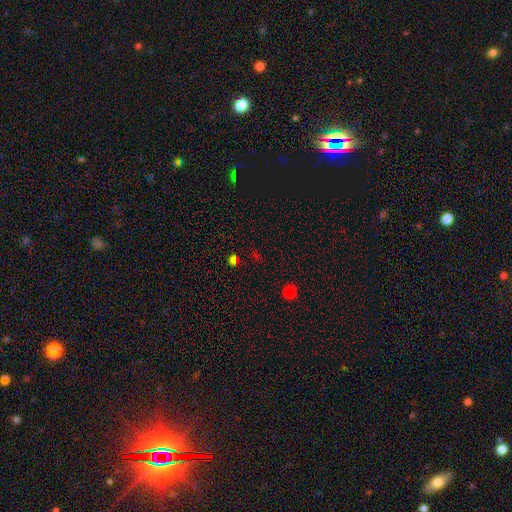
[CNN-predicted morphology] Q: Smooth or featured?
A: star or artifact (52%); runner-up: smooth (41%)